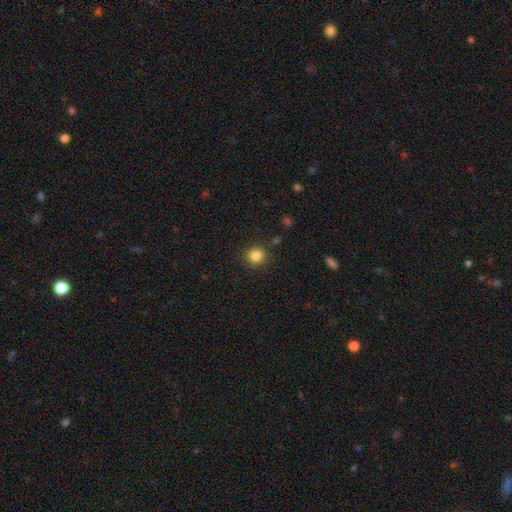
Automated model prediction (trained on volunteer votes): The model was most divided on "smooth or featured": smooth: 84%, star or artifact: 11%, featured or disk: 4%. More confident: how rounded — round (93%); merging — none (89%).